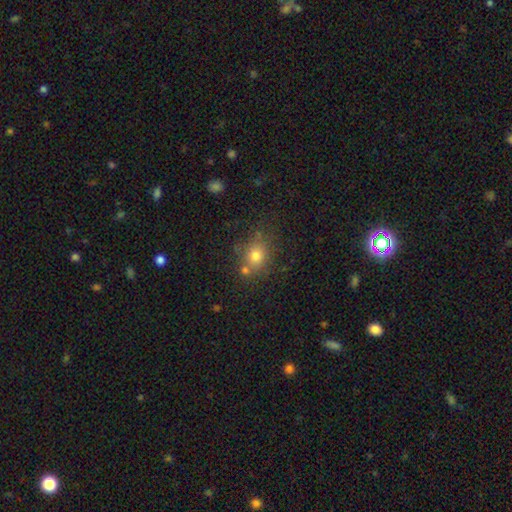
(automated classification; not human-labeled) Q: Smooth or featured?
A: smooth (74%); runner-up: star or artifact (15%)
Q: How rounded?
A: round (69%); runner-up: in between (30%)
Q: Merging?
A: none (66%); runner-up: merger (16%)